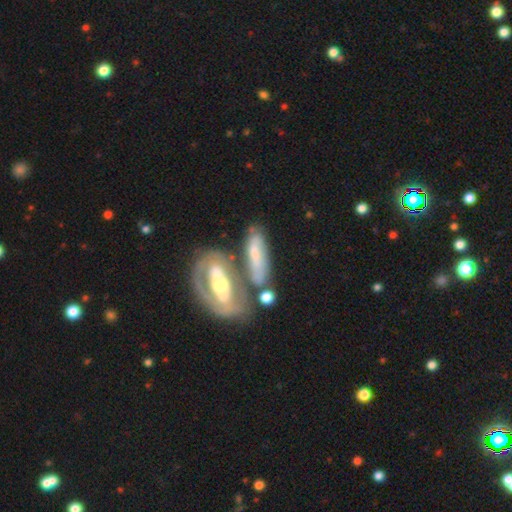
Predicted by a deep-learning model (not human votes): Overall: featured or disk (56%; smooth 38%). Edge-on disk: no (77%). Merging: none (40%; merger 37%).